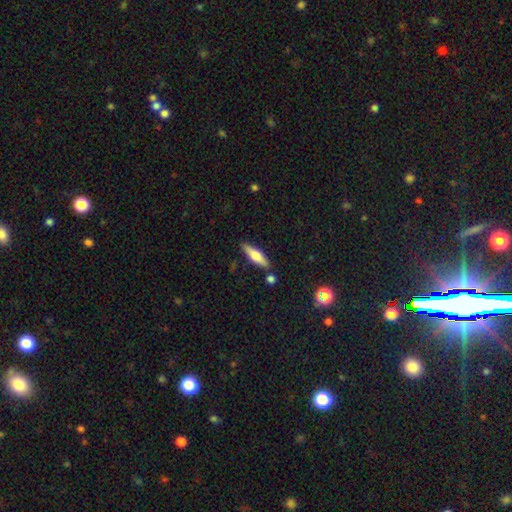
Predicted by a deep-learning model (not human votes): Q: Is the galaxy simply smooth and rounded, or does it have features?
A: smooth — 55%.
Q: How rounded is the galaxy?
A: cigar-shaped — 63%.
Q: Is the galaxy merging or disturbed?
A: none — 83%.